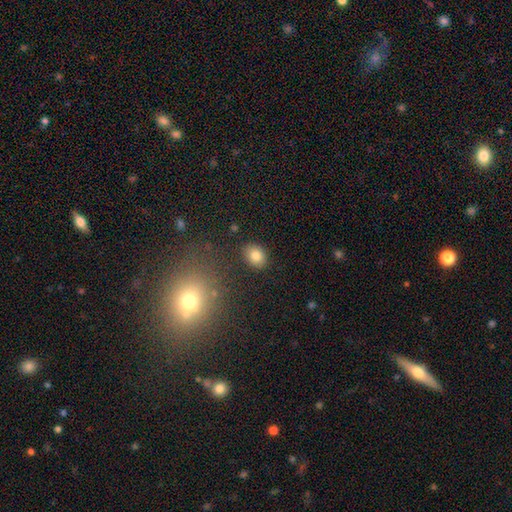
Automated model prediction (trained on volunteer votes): Smooth or featured? Predicted: smooth (p=0.83). How rounded? Predicted: in between (p=0.59). Merging? Predicted: none (p=0.86).